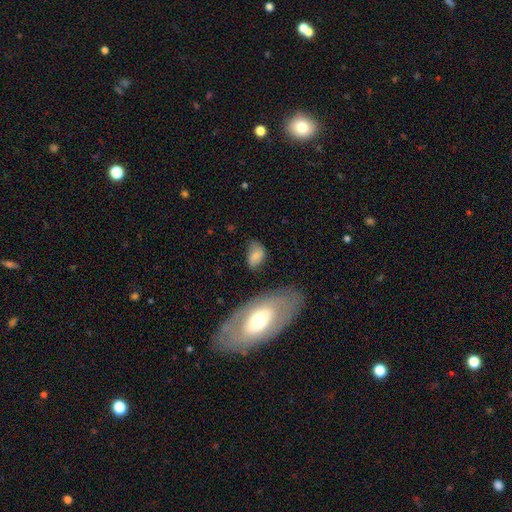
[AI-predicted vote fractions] This appears to be a smooth galaxy with no disk features (73%) that is in between round and cigar-shaped (85%). Merging: none (54%).